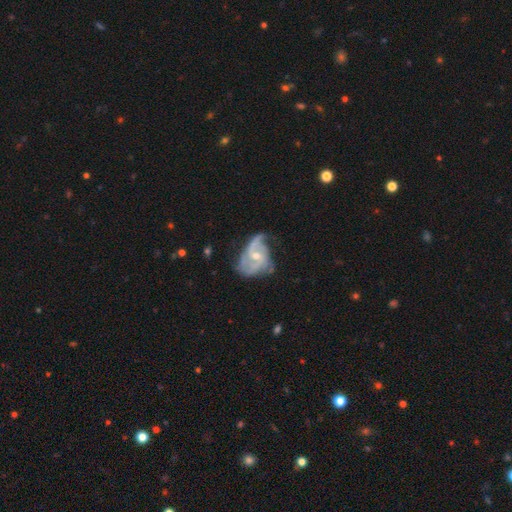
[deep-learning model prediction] Smooth or featured? featured or disk (84%)
Edge-on disk? no (98%)
Bar? no (50%)
Spiral arms? yes (93%)
Spiral winding? medium (45%)
Spiral arm count? 2 (43%)
Bulge size? small (51%)
Merging? none (42%)